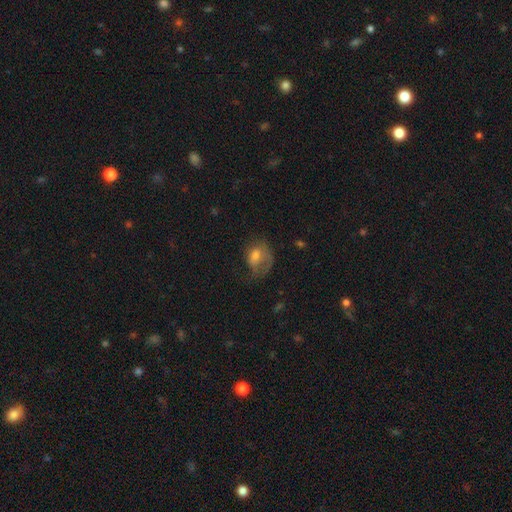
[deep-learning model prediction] Smooth or featured: smooth — 51% (featured or disk — 39%)
How rounded: in between — 60% (round — 39%)
Merging: major disturbance — 42% (none — 31%)